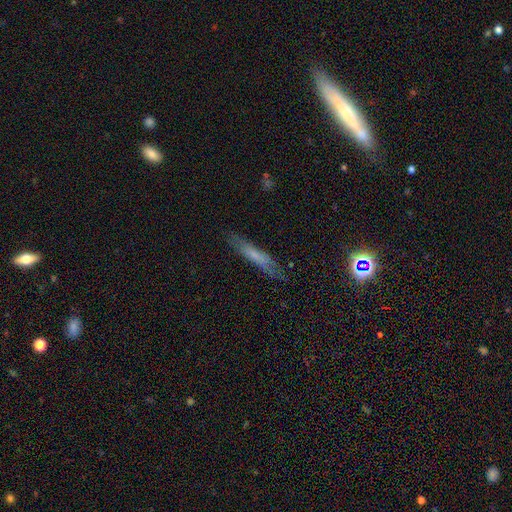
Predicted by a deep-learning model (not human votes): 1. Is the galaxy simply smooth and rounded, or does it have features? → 57% smooth, 33% featured or disk, 10% star or artifact.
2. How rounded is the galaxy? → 88% cigar-shaped, 10% in between, 2% round.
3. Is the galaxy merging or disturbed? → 77% none, 17% minor disturbance, 4% major disturbance, 2% merger.